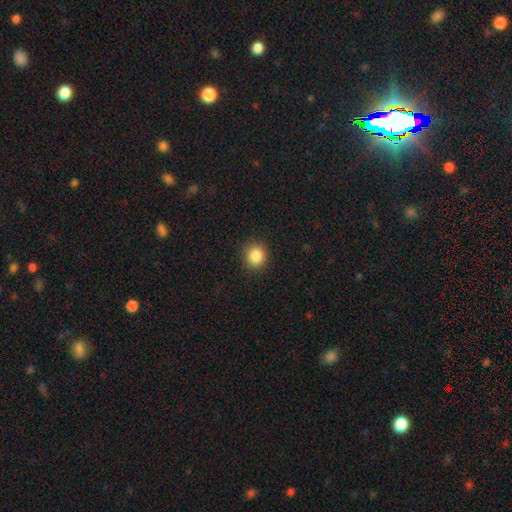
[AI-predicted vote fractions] Overall: smooth (86%). How rounded: round (83%). Merging: none (89%).